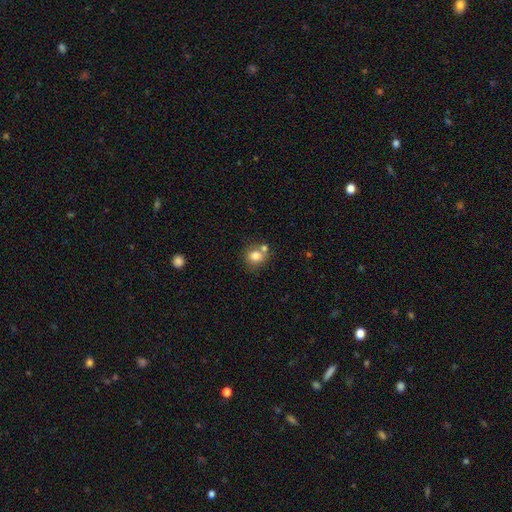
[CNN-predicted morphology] Smooth or featured? Predicted: smooth (p=0.78). How rounded? Predicted: round (p=0.75). Merging? Predicted: none (p=0.57).